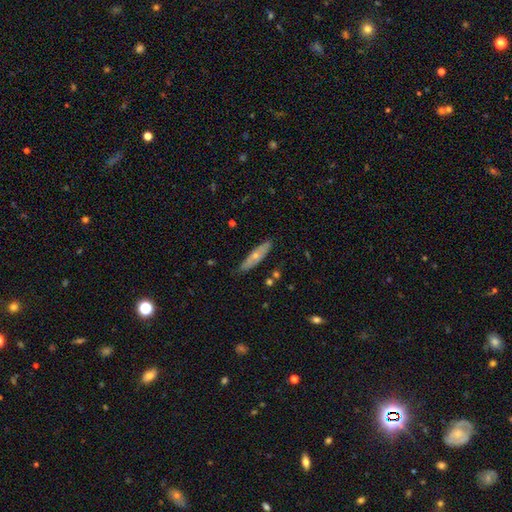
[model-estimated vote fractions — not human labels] Q: Smooth or featured?
A: smooth (48%); runner-up: featured or disk (45%)
Q: Merging?
A: none (80%); runner-up: minor disturbance (16%)